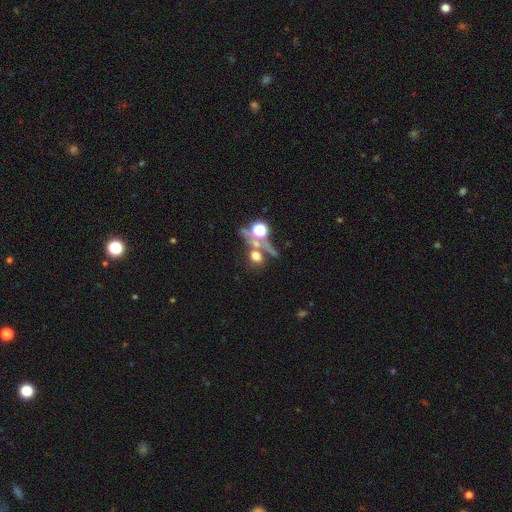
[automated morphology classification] Smooth or featured: smooth — 55% (star or artifact — 28%)
How rounded: round — 60% (in between — 34%)
Merging: none — 44% (merger — 35%)